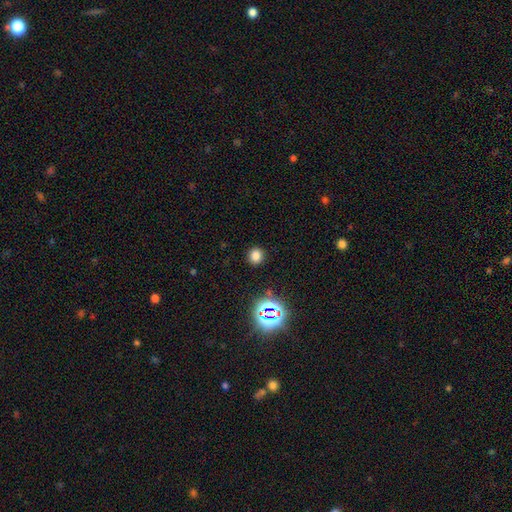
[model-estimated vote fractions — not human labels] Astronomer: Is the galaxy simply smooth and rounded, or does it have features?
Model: smooth — 74%.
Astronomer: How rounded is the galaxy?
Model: round — 83%.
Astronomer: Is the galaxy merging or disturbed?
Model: none — 89%.